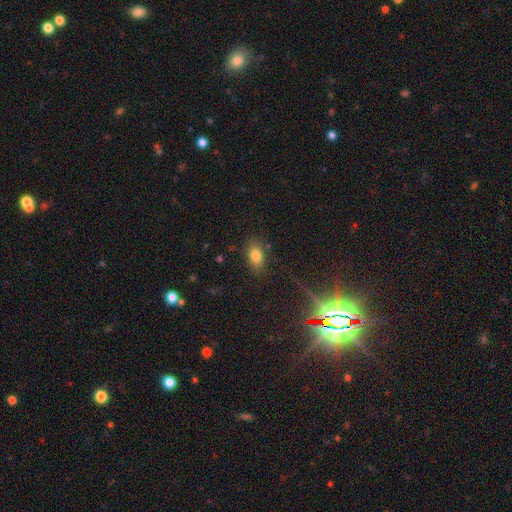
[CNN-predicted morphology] smooth-or-featured: smooth: 80% | star or artifact: 11% | featured or disk: 9%
  how-rounded: in between: 87% | round: 10% | cigar-shaped: 3%
  merging: none: 82% | minor disturbance: 13% | major disturbance: 3% | merger: 2%